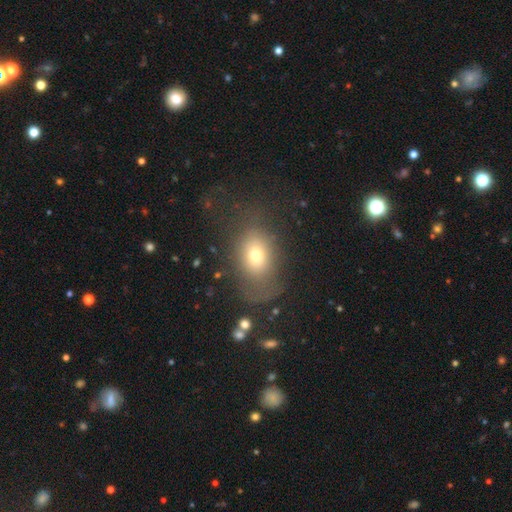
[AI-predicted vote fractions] Q: Smooth or featured?
A: smooth (66%); runner-up: featured or disk (20%)
Q: How rounded?
A: in between (67%); runner-up: round (31%)
Q: Merging?
A: none (50%); runner-up: major disturbance (26%)